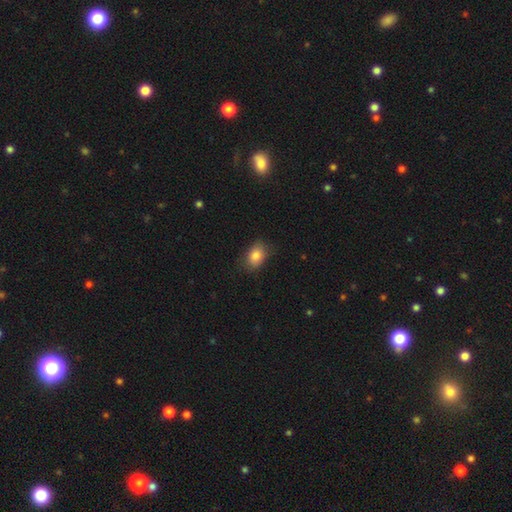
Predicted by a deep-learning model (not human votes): This appears to be a smooth galaxy with no disk features (84%) that is in between round and cigar-shaped (77%). Merging: none (79%).